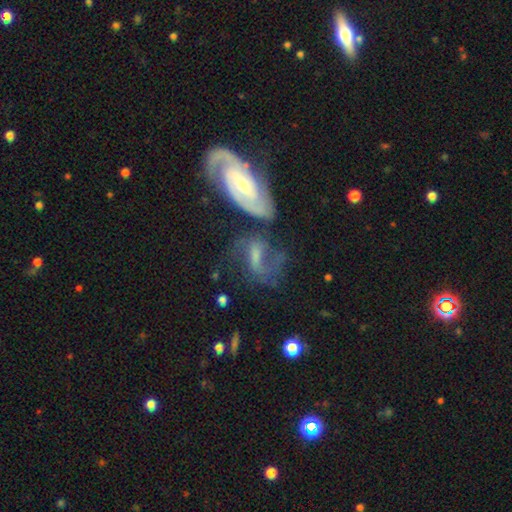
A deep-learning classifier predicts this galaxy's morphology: type=featured or disk (73%); edge-on=no (93%); bar=weak (44%); spiral arms=yes (92%); winding=medium (45%); arm count=2 (79%); bulge=small (43%); merging=none (41%).